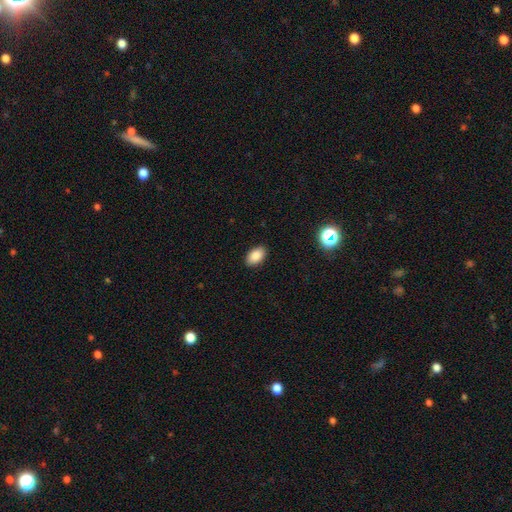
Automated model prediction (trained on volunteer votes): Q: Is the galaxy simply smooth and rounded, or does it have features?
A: smooth — 86%.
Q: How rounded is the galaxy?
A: in between — 92%.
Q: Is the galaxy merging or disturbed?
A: none — 89%.